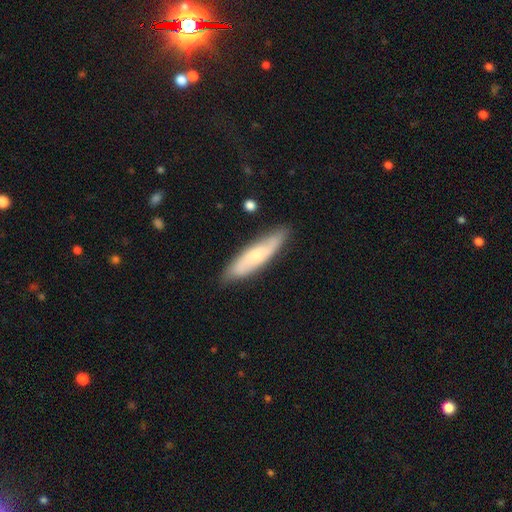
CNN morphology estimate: Smooth or featured: smooth — 51% (featured or disk — 43%)
How rounded: cigar-shaped — 70% (in between — 28%)
Merging: none — 82% (minor disturbance — 14%)